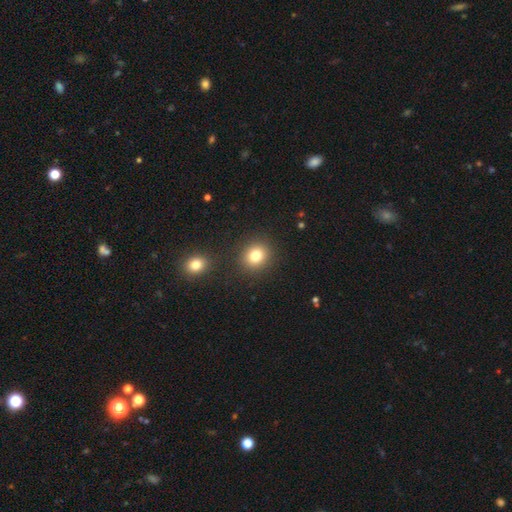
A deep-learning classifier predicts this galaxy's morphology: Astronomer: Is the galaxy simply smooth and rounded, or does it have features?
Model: smooth — 81%.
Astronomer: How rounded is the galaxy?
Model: round — 80%.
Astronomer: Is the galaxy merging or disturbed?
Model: none — 87%.